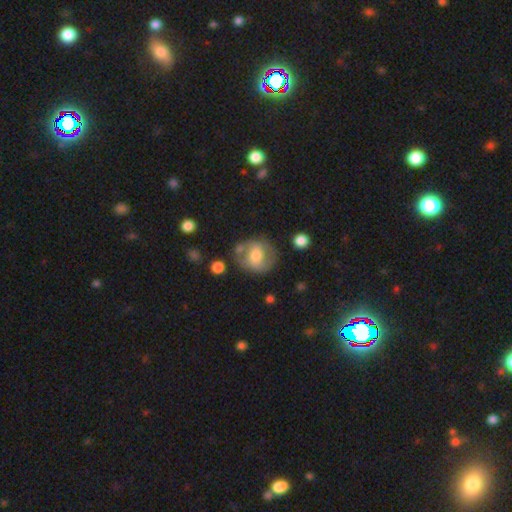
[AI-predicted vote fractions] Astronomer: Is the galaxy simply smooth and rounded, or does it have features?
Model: smooth — 47% (runner-up: featured or disk, 46%).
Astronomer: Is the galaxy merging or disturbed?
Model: none — 65%.